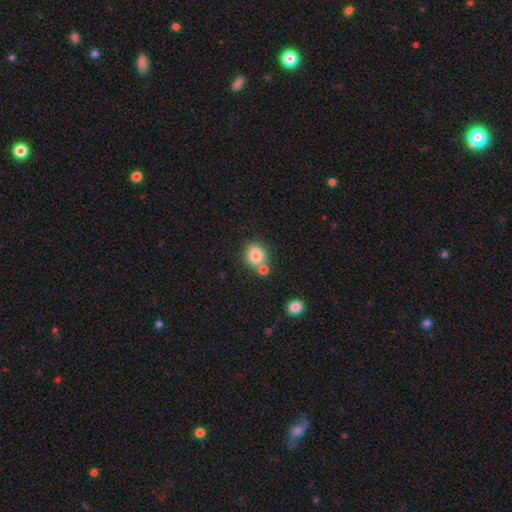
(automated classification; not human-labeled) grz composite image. It shows a smooth galaxy with no disk features (81%) that is round (79%). Merging: none (62%).